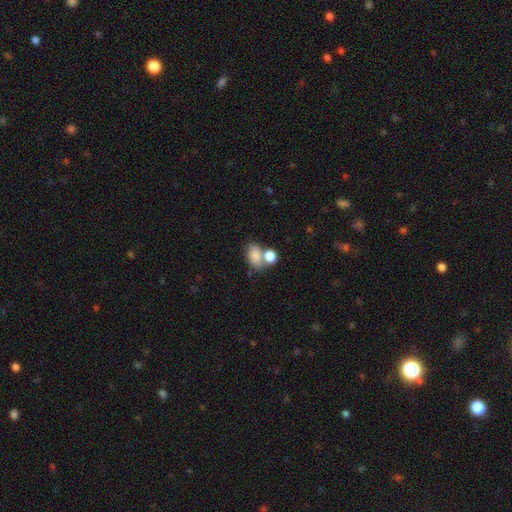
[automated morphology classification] smooth-or-featured: smooth: 80% | featured or disk: 11% | star or artifact: 10%
  how-rounded: in between: 78% | round: 21% | cigar-shaped: 2%
  merging: merger: 40% (tied) | none: 40% (tied) | minor disturbance: 13% | major disturbance: 7%